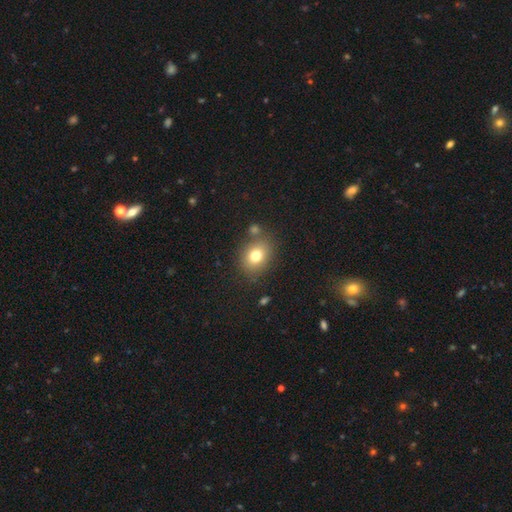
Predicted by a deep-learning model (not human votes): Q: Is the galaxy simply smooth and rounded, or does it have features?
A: smooth — 77%.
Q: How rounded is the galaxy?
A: in between — 52%.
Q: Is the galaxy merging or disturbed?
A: none — 75%.